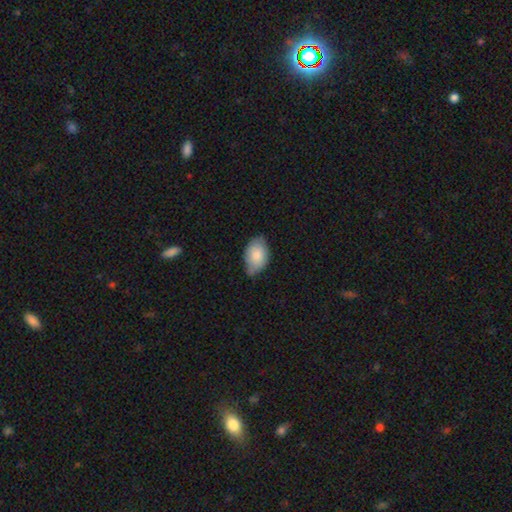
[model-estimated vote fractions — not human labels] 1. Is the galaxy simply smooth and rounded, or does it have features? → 82% smooth, 12% featured or disk, 6% star or artifact.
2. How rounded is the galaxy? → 92% in between, 7% round, 1% cigar-shaped.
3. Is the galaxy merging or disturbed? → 59% none, 34% minor disturbance, 4% major disturbance, 2% merger.